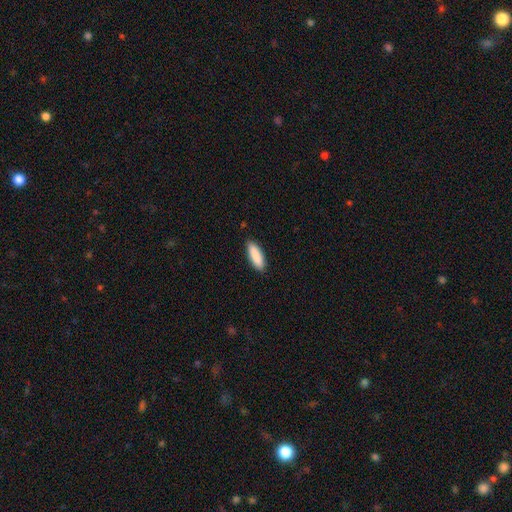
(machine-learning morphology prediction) Smooth or featured?
  - smooth: 89% *
  - star or artifact: 5%
  - featured or disk: 5%
How rounded?
  - in between: 54% *
  - cigar-shaped: 45%
  - round: 2%
Merging?
  - none: 88% *
  - minor disturbance: 9%
  - major disturbance: 2%
  - merger: 1%